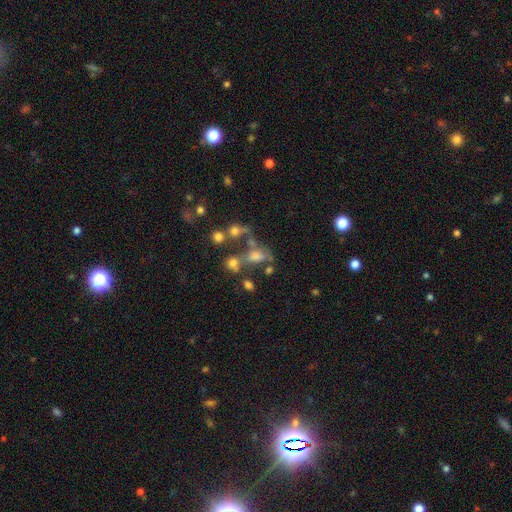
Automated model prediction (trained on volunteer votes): smooth_or_featured: smooth (p=0.56) [alt: featured or disk p=0.26]
how_rounded: in between (p=0.74) [alt: round p=0.21]
merging: merger (p=0.37) [alt: none p=0.30]